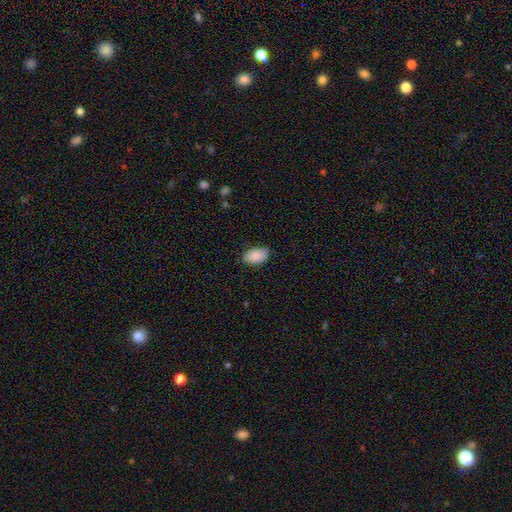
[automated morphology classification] Smooth or featured?
  - smooth: 88% *
  - star or artifact: 7%
  - featured or disk: 5%
How rounded?
  - in between: 93% *
  - round: 6%
  - cigar-shaped: 1%
Merging?
  - none: 83% *
  - minor disturbance: 14%
  - major disturbance: 3%
  - merger: 1%